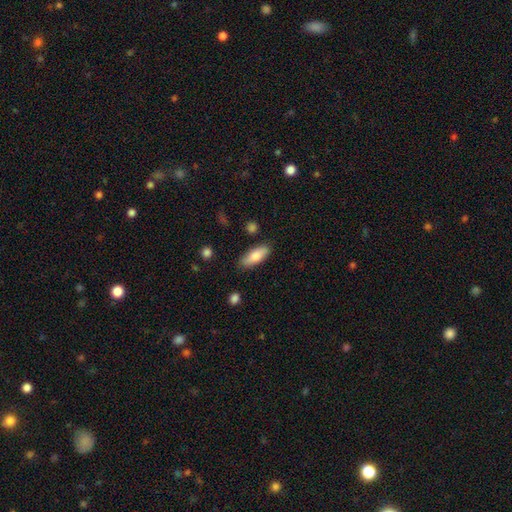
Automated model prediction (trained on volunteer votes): This is clearly a smooth galaxy (81%). How rounded: likely in between (71%). Merging: clearly none (83%).